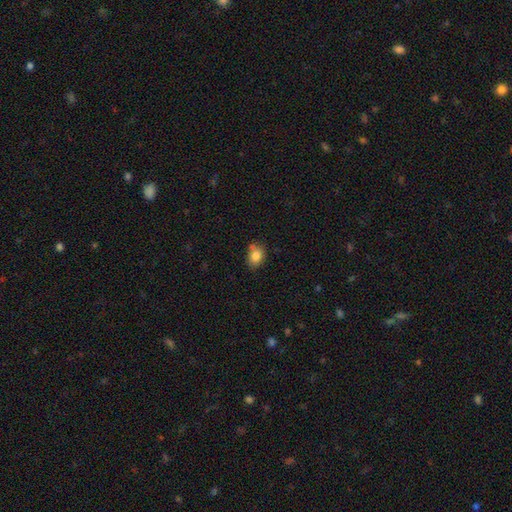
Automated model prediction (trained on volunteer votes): Smooth or featured? smooth (83%)
How rounded? in between (61%)
Merging? none (67%)